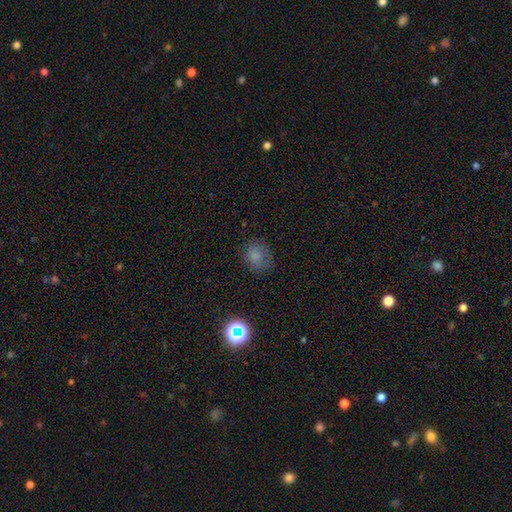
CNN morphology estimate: A smooth galaxy with no disk features (75%) that is round (66%). Merging: none (70%).